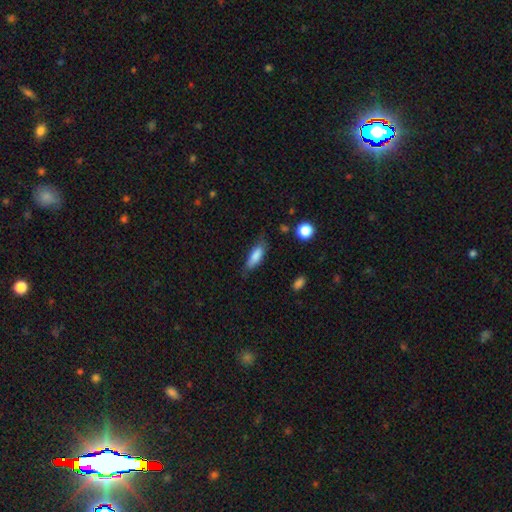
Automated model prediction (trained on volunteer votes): Smooth or featured? Predicted: smooth (p=0.78). How rounded? Predicted: in between (p=0.58). Merging? Predicted: none (p=0.63).